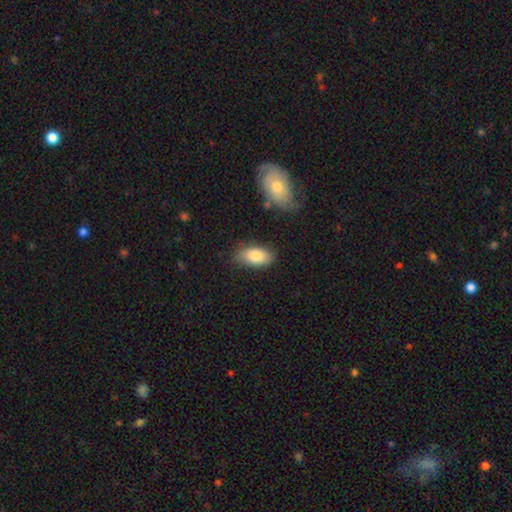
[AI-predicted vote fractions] Smooth or featured?
  - smooth: 82% *
  - featured or disk: 11%
  - star or artifact: 7%
How rounded?
  - in between: 93% *
  - round: 5%
  - cigar-shaped: 3%
Merging?
  - none: 77% *
  - minor disturbance: 17%
  - major disturbance: 4%
  - merger: 2%